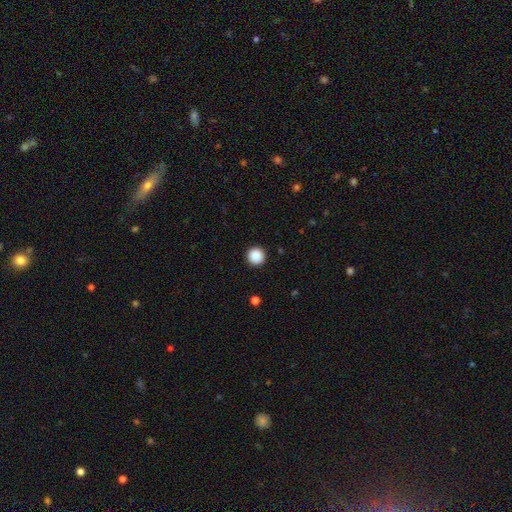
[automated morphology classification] Smooth or featured? smooth (89%)
How rounded? round (96%)
Merging? none (93%)